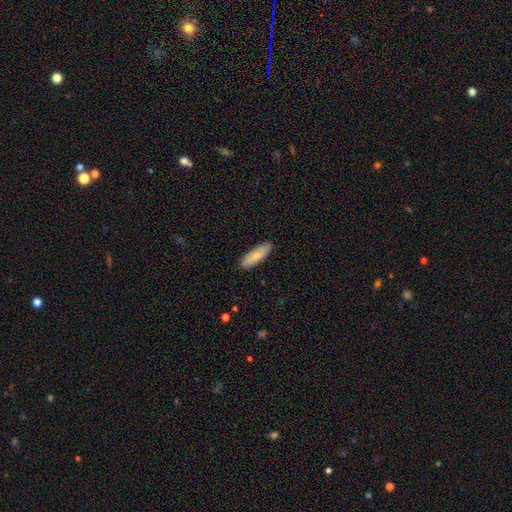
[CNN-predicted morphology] Smooth or featured: smooth — 81% (featured or disk — 13%)
How rounded: cigar-shaped — 54% (in between — 45%)
Merging: none — 88% (minor disturbance — 10%)